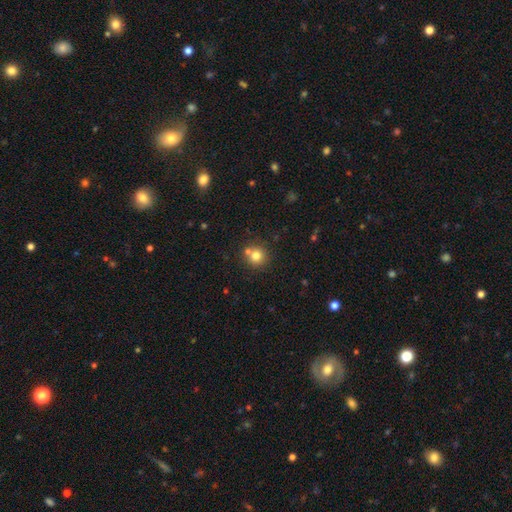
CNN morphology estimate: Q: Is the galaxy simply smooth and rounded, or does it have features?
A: smooth — 77%.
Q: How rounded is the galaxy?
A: round — 93%.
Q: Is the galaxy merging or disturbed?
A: none — 67%.